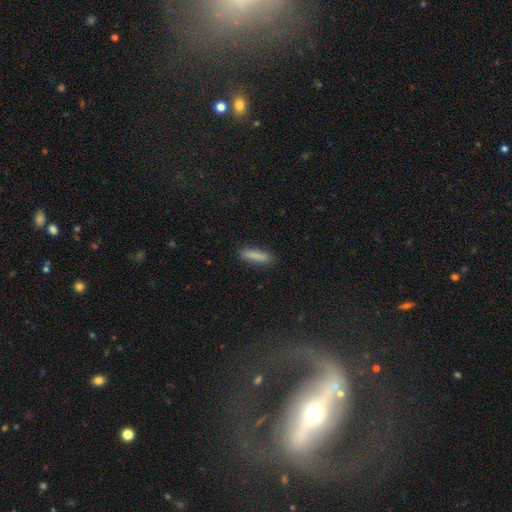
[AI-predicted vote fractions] smooth_or_featured: smooth (p=0.87) [alt: featured or disk p=0.07]
how_rounded: cigar-shaped (p=0.70) [alt: in between p=0.29]
merging: none (p=0.88) [alt: minor disturbance p=0.09]